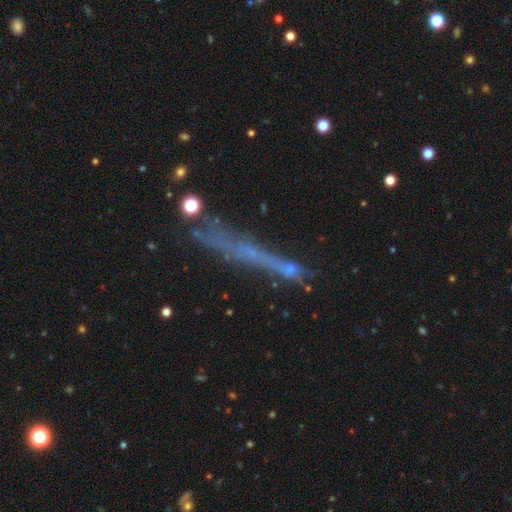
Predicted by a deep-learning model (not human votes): Overall: featured or disk (39%; smooth 35%). Merging: none (64%).